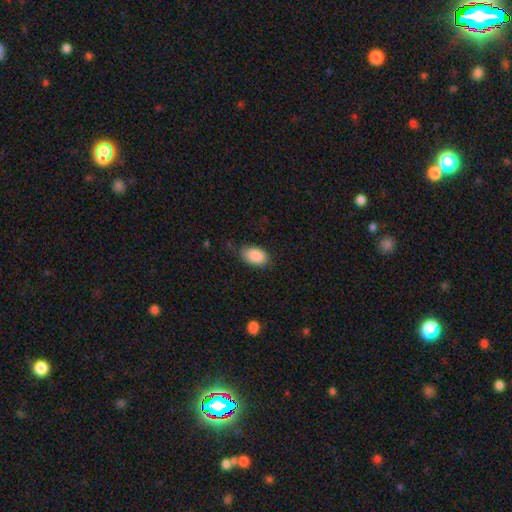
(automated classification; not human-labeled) smooth-or-featured: smooth: 89% | star or artifact: 7% | featured or disk: 4%
  how-rounded: in between: 92% | round: 7% | cigar-shaped: 1%
  merging: none: 78% | minor disturbance: 17% | major disturbance: 4% | merger: 1%